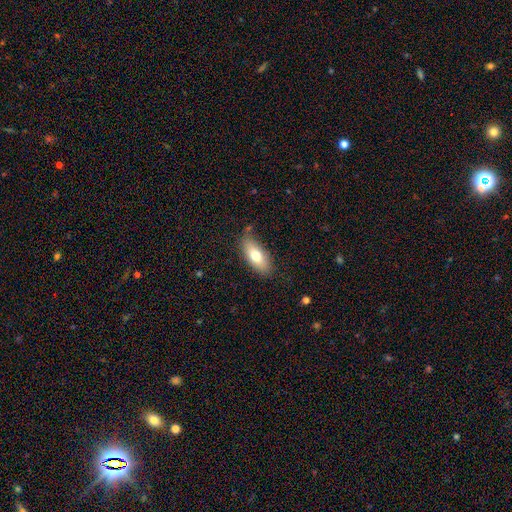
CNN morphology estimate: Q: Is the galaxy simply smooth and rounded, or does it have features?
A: smooth — 72%.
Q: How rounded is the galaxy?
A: in between — 83%.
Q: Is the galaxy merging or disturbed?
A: none — 77%.